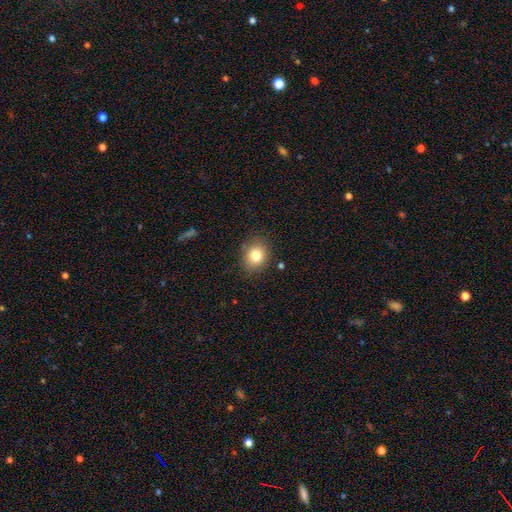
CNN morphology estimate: smooth-or-featured: smooth: 81% | star or artifact: 11% | featured or disk: 8%
  how-rounded: round: 64% | in between: 35% | cigar-shaped: 1%
  merging: none: 85% | minor disturbance: 10% | major disturbance: 3% | merger: 2%